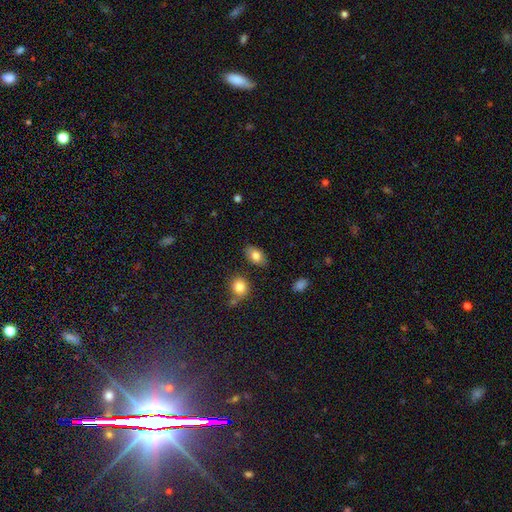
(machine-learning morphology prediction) Smooth or featured?
  - smooth: 81% *
  - featured or disk: 12%
  - star or artifact: 8%
How rounded?
  - in between: 89% *
  - round: 9%
  - cigar-shaped: 2%
Merging?
  - none: 83% *
  - minor disturbance: 11%
  - merger: 3%
  - major disturbance: 3%